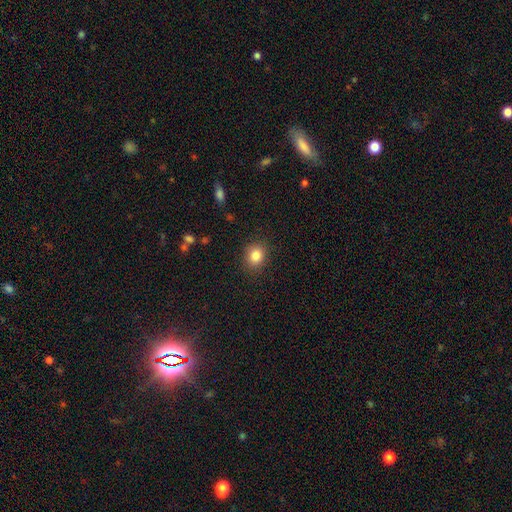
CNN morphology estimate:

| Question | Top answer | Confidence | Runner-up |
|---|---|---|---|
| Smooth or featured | smooth | 84% | star or artifact (10%) |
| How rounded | round | 67% | in between (32%) |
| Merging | none | 87% | minor disturbance (10%) |